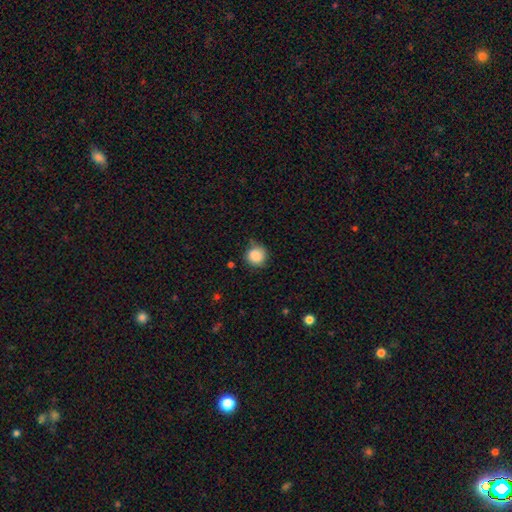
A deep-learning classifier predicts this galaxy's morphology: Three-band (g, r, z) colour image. It shows a smooth galaxy with no disk features (87%) that is round (90%). Merging: none (71%).